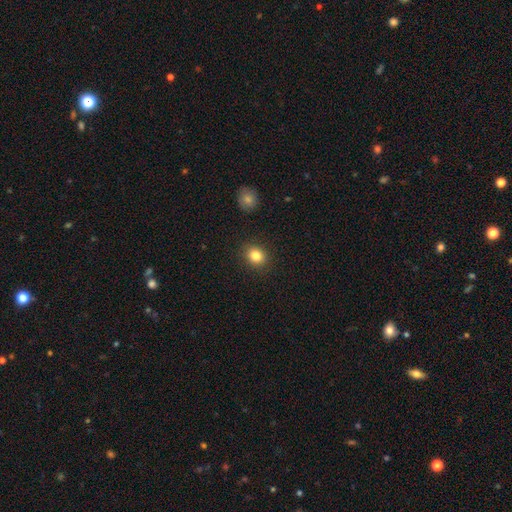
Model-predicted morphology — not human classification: smooth_or_featured: smooth (p=0.84) [alt: star or artifact p=0.10]
how_rounded: round (p=0.63) [alt: in between p=0.36]
merging: none (p=0.89) [alt: minor disturbance p=0.07]